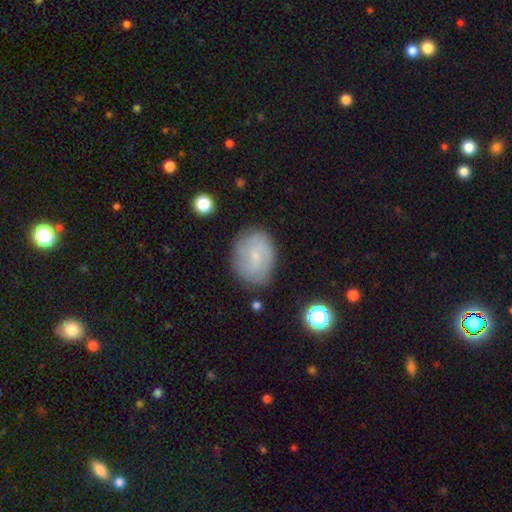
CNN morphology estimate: Smooth or featured? featured or disk (53%)
Edge-on disk? no (97%)
Bar? weak (51%)
Spiral arms? yes (82%)
Bulge size? small (71%)
Merging? none (77%)